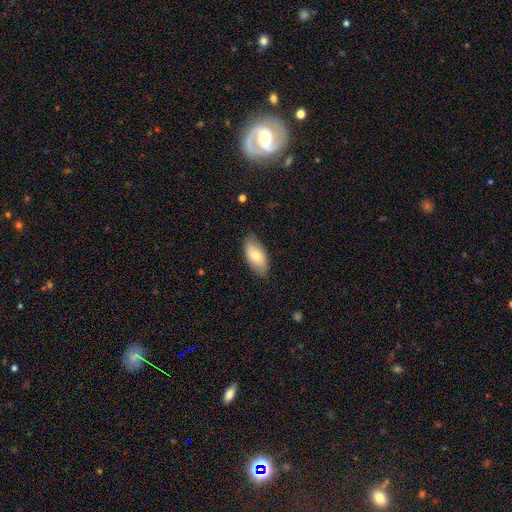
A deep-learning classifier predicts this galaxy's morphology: smooth-or-featured: smooth: 72% | featured or disk: 21% | star or artifact: 6%
  how-rounded: in between: 93% | cigar-shaped: 4% | round: 3%
  merging: none: 81% | minor disturbance: 15% | major disturbance: 3% | merger: 1%